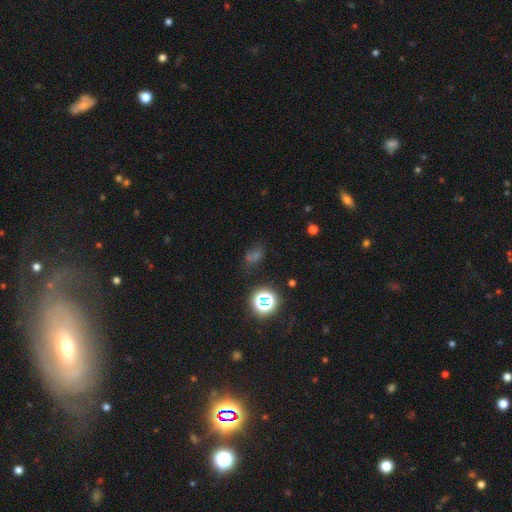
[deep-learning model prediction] This appears to be a star or artifact, not a galaxy (45%).